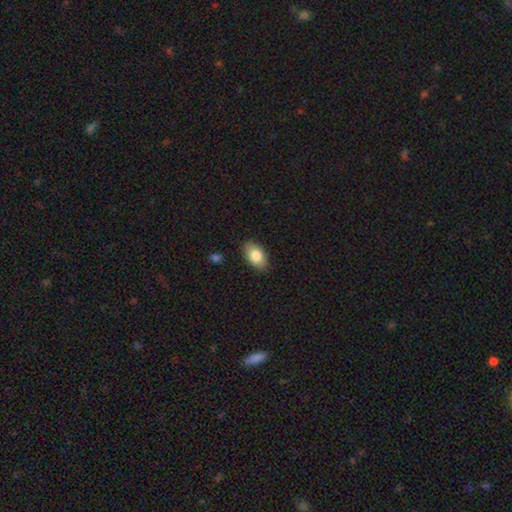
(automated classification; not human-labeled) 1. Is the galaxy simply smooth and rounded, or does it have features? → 82% smooth, 11% featured or disk, 7% star or artifact.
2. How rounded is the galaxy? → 91% in between, 7% round, 2% cigar-shaped.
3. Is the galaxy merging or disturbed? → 86% none, 10% minor disturbance, 2% major disturbance, 1% merger.